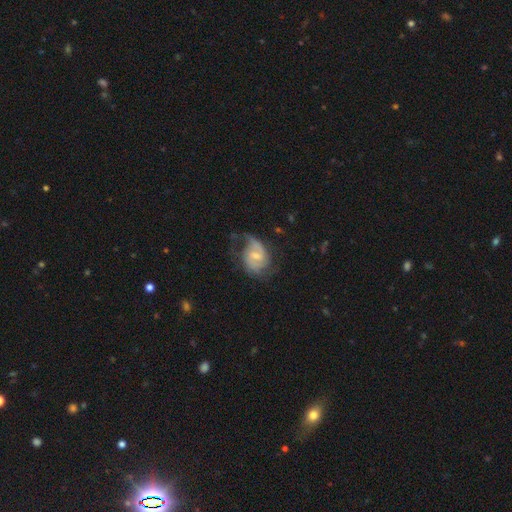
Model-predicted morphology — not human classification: This is likely a featured or disk galaxy (79%). It is clearly not viewed edge-on (97%). Bar: possibly weak (57%). Spiral arm pattern: clearly yes (93%). Spiral arm count: likely 2 (69%). Spiral winding: possibly medium (45%). Central bulge: possibly small (49%). Merging: possibly none (53%).